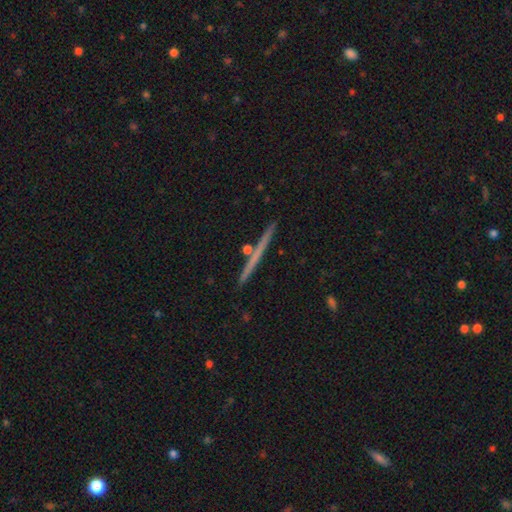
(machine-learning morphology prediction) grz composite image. It shows a featured or disk galaxy (60%) viewed edge-on (98%) with no central bulge (80%). Merging: none (90%).